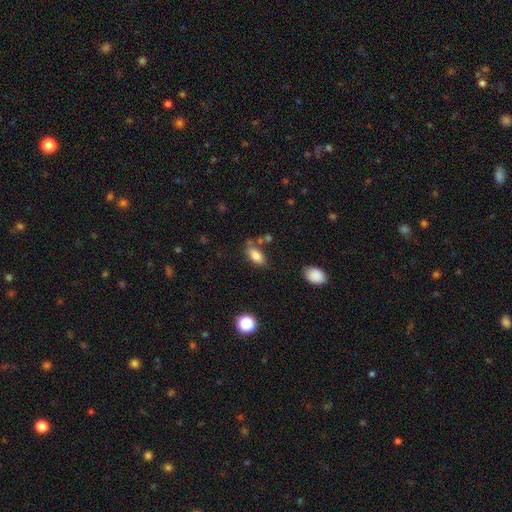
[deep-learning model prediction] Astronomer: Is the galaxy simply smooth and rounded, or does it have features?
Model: smooth — 81%.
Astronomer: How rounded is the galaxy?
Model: in between — 88%.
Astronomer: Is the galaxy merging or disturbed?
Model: none — 67%.